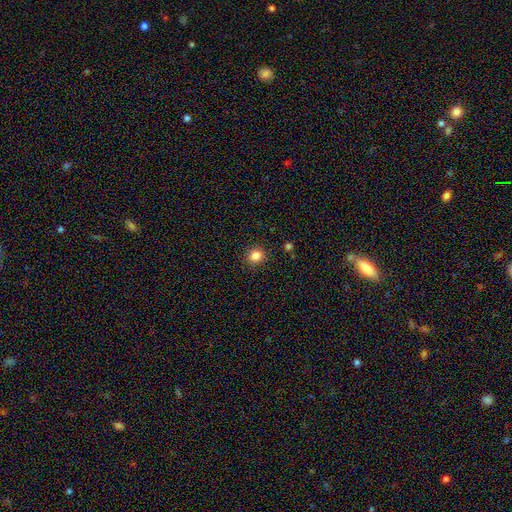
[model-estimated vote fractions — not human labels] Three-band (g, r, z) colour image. It shows a smooth galaxy with no disk features (83%) that is round (85%). Merging: none (90%).